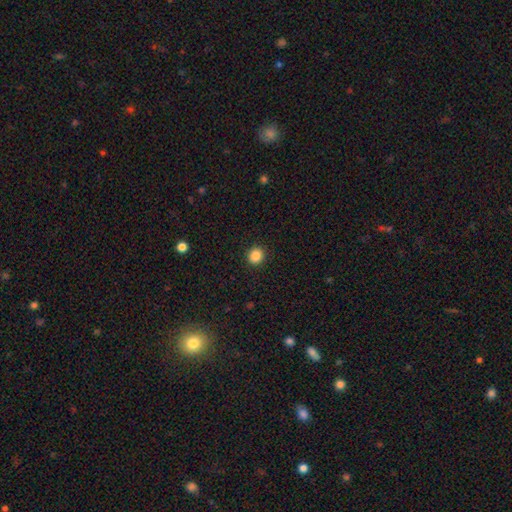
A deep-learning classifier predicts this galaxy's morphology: A smooth galaxy with no disk features (86%) that is round (84%).

Vote fractions:
- Smooth or featured? smooth: 86% / star or artifact: 10% / featured or disk: 3%
- How rounded? round: 84% / in between: 15% / cigar-shaped: 1%
- Merging? none: 92% / minor disturbance: 5% / major disturbance: 2% / merger: 1%